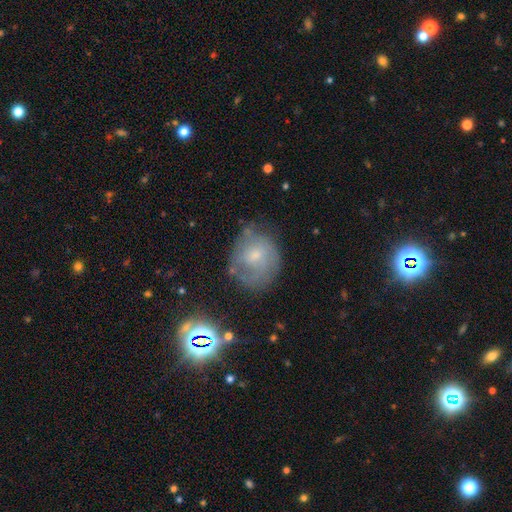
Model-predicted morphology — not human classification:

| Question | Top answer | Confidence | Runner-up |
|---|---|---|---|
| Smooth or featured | featured or disk | 47% | smooth (42%) |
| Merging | none | 52% | minor disturbance (27%) |